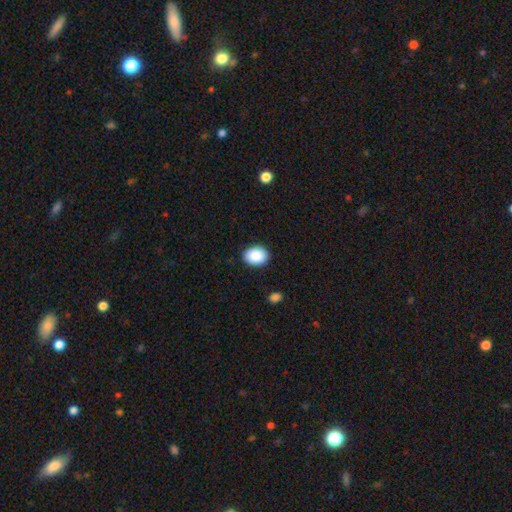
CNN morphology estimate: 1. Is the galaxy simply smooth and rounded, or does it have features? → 90% smooth, 7% star or artifact, 3% featured or disk.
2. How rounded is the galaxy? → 64% in between, 35% round, 1% cigar-shaped.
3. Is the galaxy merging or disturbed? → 89% none, 8% minor disturbance, 2% major disturbance, 1% merger.